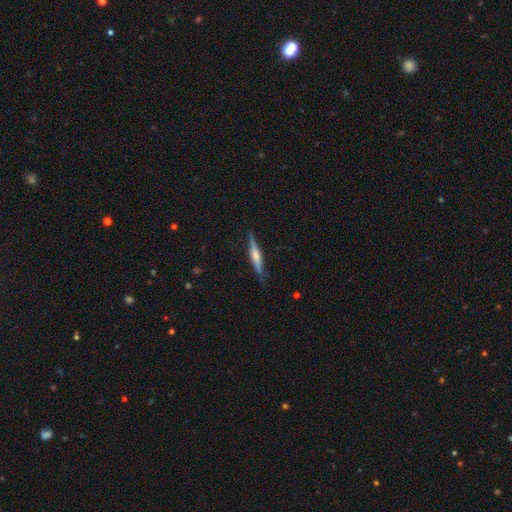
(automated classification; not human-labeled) Smooth or featured: featured or disk — 64% (smooth — 30%)
Edge-on disk: yes — 97% (no — 3%)
Edge-on bulge: rounded — 60% (boxy — 29%)
Merging: none — 85% (minor disturbance — 11%)